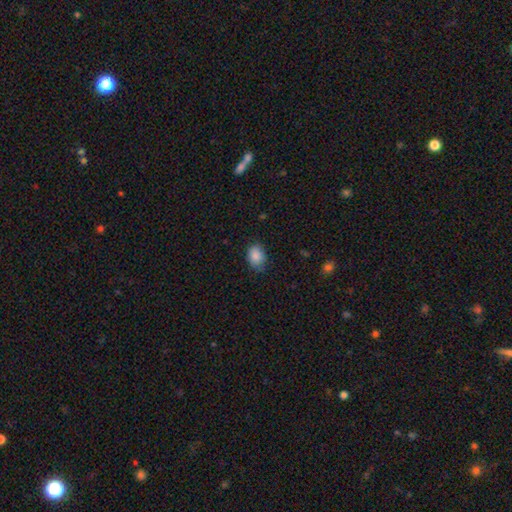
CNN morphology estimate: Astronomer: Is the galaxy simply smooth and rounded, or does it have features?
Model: smooth — 88%.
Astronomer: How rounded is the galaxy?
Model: in between — 74%.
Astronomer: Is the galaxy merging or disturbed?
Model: none — 73%.